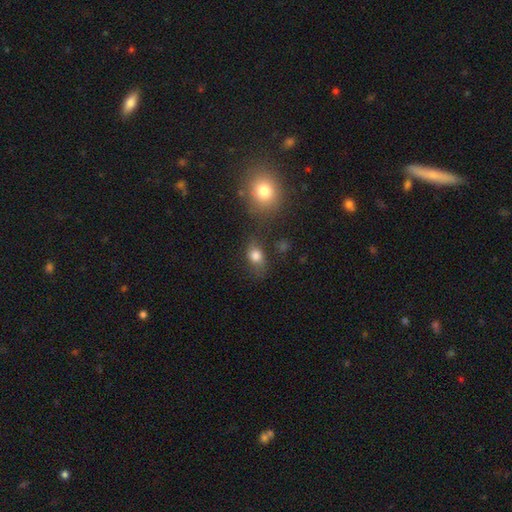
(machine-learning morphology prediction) A smooth galaxy with no disk features (78%) that is in between round and cigar-shaped (66%). Merging: none (63%).